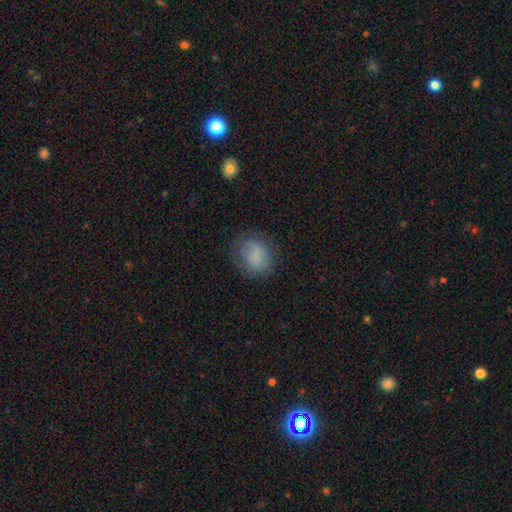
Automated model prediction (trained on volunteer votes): The model was most divided on "how rounded": round: 57%, in between: 42%, cigar-shaped: 1%. More confident: smooth or featured — smooth (78%); merging — none (70%).